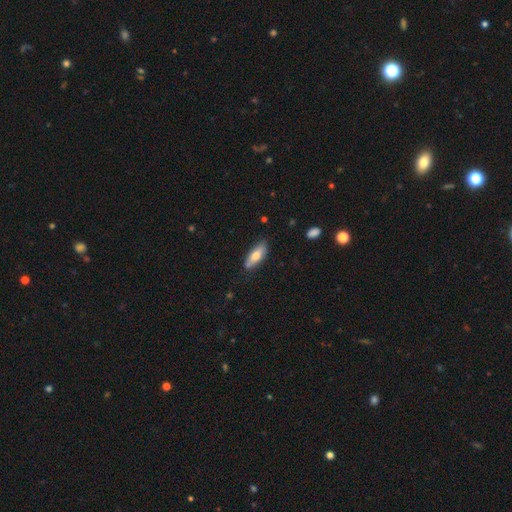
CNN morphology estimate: Q: Smooth or featured?
A: smooth (71%); runner-up: featured or disk (23%)
Q: How rounded?
A: in between (69%); runner-up: cigar-shaped (29%)
Q: Merging?
A: none (76%); runner-up: minor disturbance (18%)